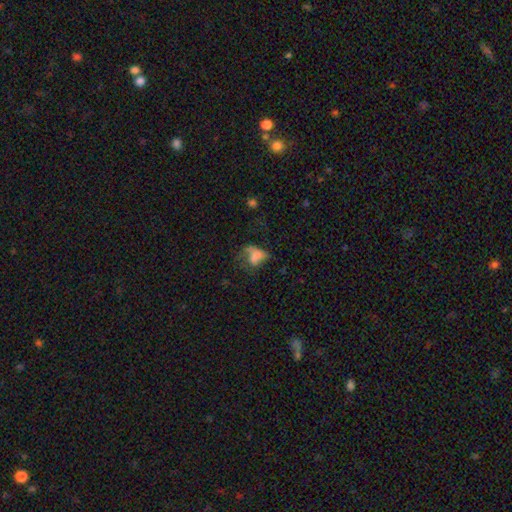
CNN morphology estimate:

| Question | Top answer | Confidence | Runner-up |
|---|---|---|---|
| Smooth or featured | smooth | 57% | featured or disk (28%) |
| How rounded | in between | 80% | round (18%) |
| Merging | major disturbance | 52% | none (22%) |